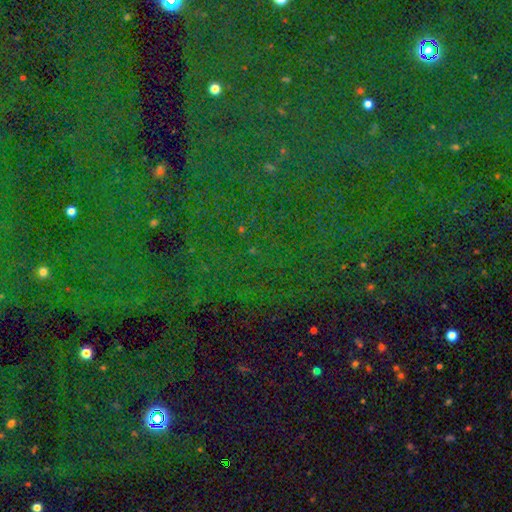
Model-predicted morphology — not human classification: This appears to be a star or artifact, not a galaxy (85%).